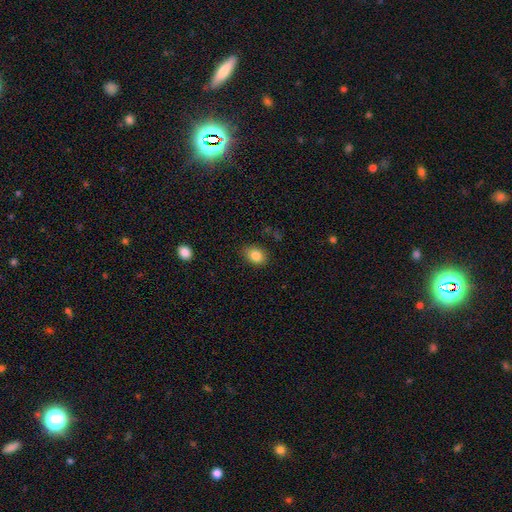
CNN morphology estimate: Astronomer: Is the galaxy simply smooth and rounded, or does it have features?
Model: smooth — 84%.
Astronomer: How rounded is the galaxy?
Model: in between — 72%.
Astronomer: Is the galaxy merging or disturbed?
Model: none — 82%.